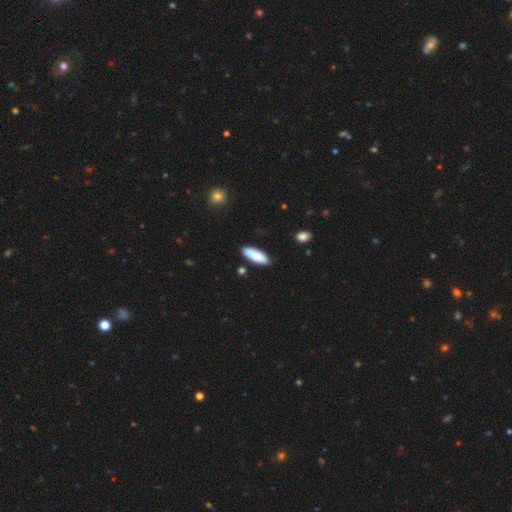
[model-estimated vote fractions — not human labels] Overall: smooth (84%). How rounded: in between (63%; cigar-shaped 35%). Merging: none (84%).